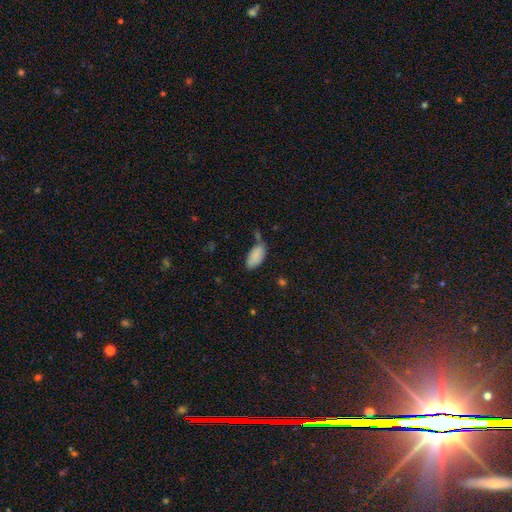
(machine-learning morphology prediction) Smooth or featured? smooth (87%)
How rounded? in between (94%)
Merging? none (59%)